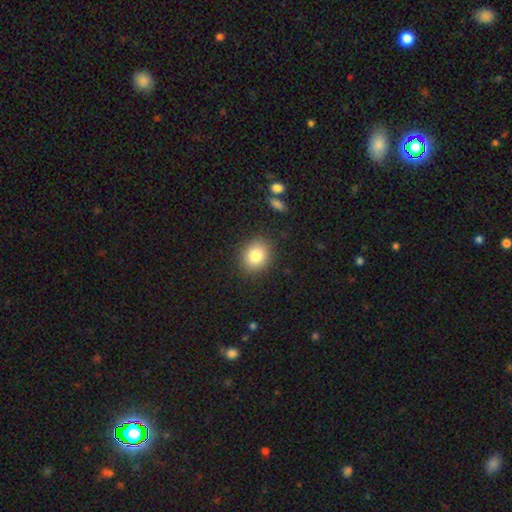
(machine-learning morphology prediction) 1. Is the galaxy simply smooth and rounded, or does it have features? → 83% smooth, 9% star or artifact, 8% featured or disk.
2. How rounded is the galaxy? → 62% round, 37% in between, 1% cigar-shaped.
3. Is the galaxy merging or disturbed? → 88% none, 8% minor disturbance, 3% major disturbance, 1% merger.